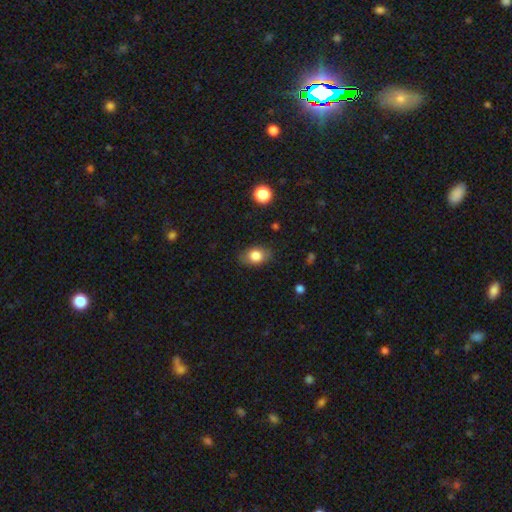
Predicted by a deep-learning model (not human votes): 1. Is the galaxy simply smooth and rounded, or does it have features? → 81% smooth, 11% featured or disk, 8% star or artifact.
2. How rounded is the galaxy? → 77% in between, 22% round, 2% cigar-shaped.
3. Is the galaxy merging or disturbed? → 82% none, 14% minor disturbance, 3% major disturbance, 1% merger.